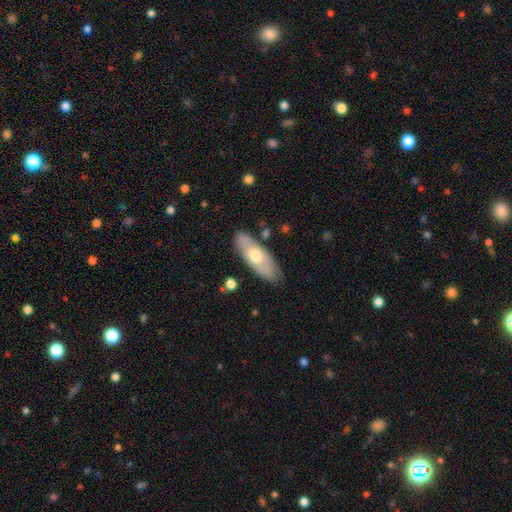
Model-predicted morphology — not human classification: A smooth galaxy with no disk features (50%). Merging: none (82%).